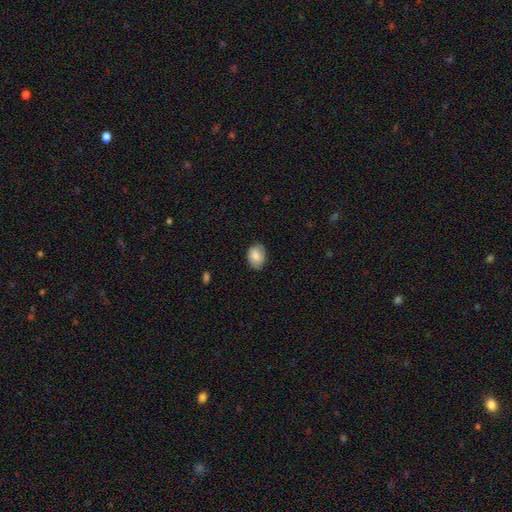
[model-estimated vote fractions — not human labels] Smooth or featured: smooth — 74% (featured or disk — 19%)
How rounded: in between — 72% (round — 27%)
Merging: none — 77% (minor disturbance — 18%)